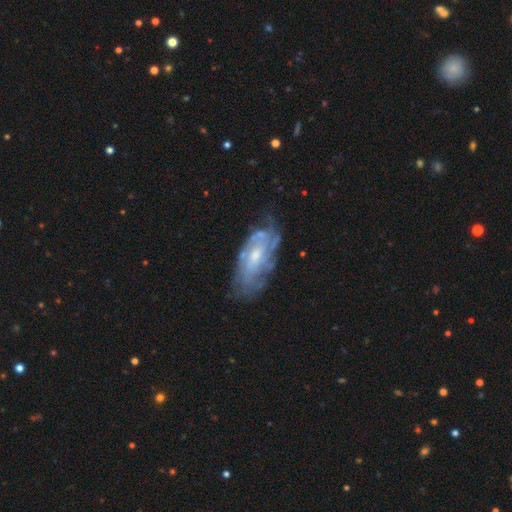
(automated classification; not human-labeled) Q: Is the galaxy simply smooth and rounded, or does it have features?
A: featured or disk — 76%.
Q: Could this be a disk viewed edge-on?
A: no — 91%.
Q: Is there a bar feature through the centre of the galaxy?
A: no — 61%.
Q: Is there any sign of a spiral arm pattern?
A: yes — 83%.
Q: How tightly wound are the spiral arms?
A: tight — 55%.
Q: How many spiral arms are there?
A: can't tell — 54%.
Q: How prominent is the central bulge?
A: moderate — 47%.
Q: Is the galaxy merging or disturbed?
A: none — 64%.